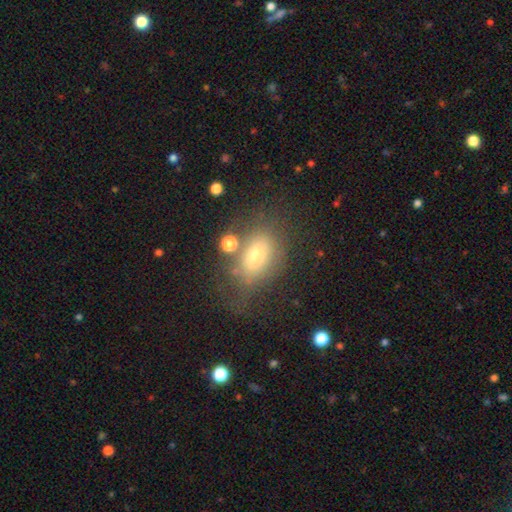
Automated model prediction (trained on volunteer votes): This is likely a smooth galaxy (61%). How rounded: likely in between (77%). Merging: possibly none (53%).